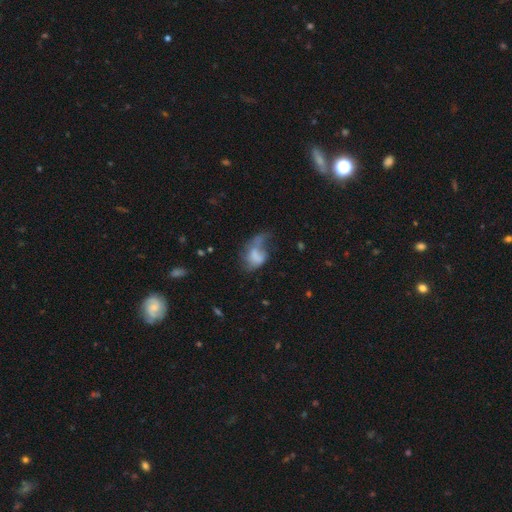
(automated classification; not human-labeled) smooth_or_featured: smooth (p=0.51) [alt: featured or disk p=0.37]
how_rounded: in between (p=0.83) [alt: round p=0.15]
merging: major disturbance (p=0.52) [alt: minor disturbance p=0.20]